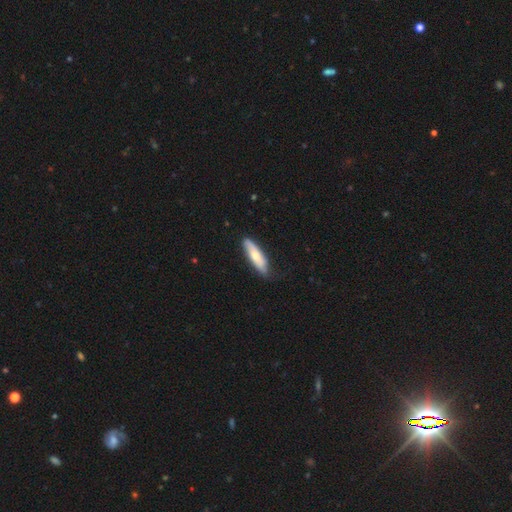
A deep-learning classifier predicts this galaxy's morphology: type=smooth (63%); roundness=cigar-shaped (61%); merging=none (76%).